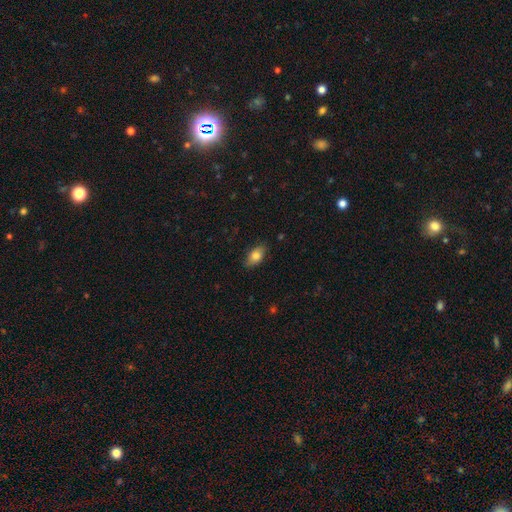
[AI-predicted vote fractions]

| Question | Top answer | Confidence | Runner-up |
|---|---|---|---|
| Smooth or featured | smooth | 78% | featured or disk (14%) |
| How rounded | in between | 89% | round (6%) |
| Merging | none | 83% | minor disturbance (13%) |